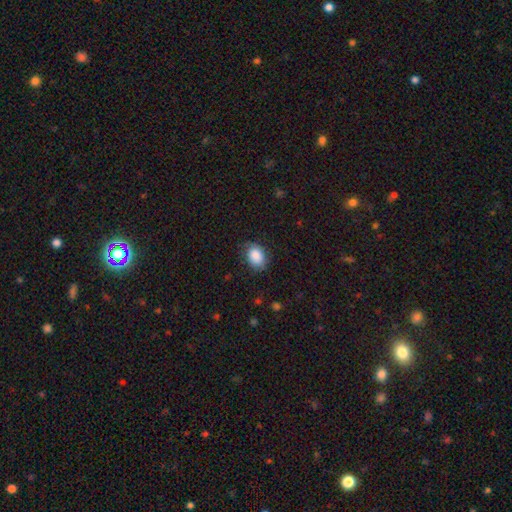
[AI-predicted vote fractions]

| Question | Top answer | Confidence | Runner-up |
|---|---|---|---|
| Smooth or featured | smooth | 86% | star or artifact (8%) |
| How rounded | in between | 71% | round (28%) |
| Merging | none | 72% | minor disturbance (21%) |